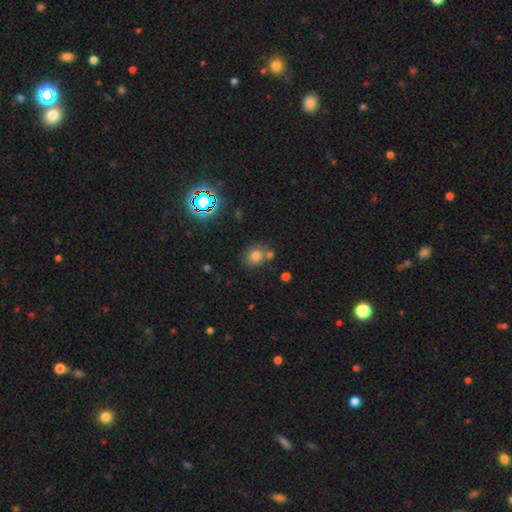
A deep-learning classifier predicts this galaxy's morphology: Smooth or featured? smooth (76%)
How rounded? round (64%)
Merging? none (63%)